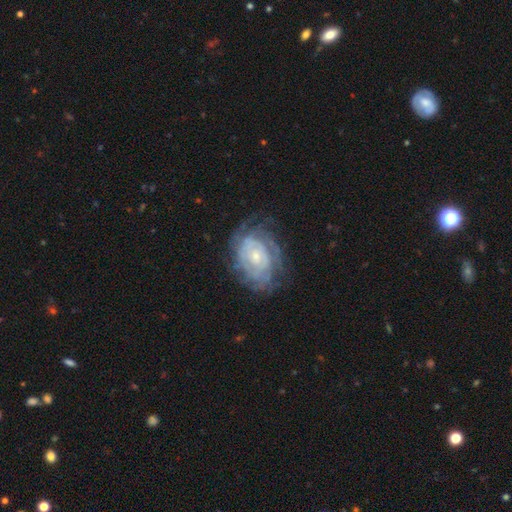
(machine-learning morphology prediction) type=featured or disk (79%); edge-on=no (97%); bar=no (72%); spiral arms=yes (87%); winding=tight (75%); arm count=can't tell (55%); bulge=small (59%); merging=none (69%).